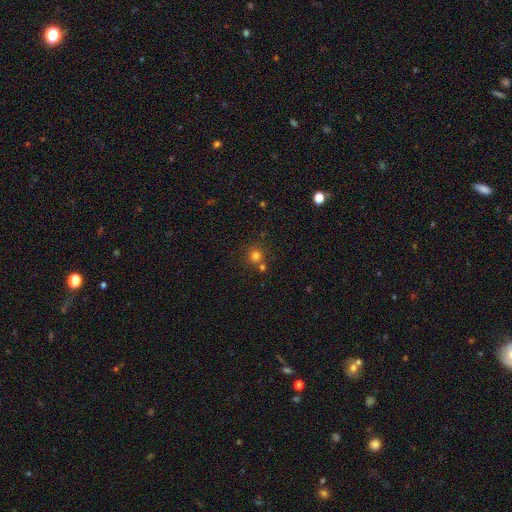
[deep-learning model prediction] The model was most divided on "merging": none: 70%, merger: 19%, minor disturbance: 8%, major disturbance: 3%. More confident: how rounded — round (91%); smooth or featured — smooth (76%).